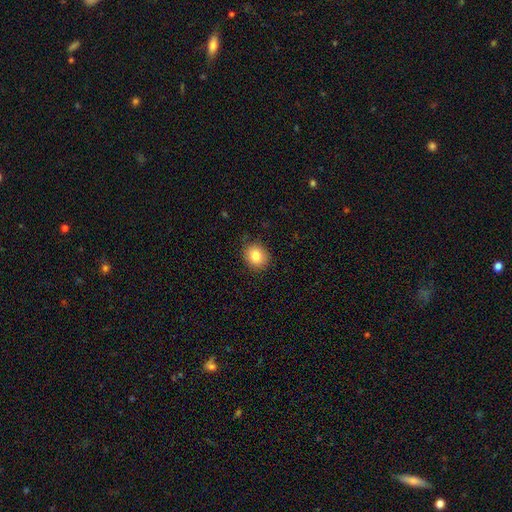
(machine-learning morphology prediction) smooth 82%, star or artifact 10%, featured or disk 9%. Down the decision tree: how rounded — round (78%); merging — none (87%).